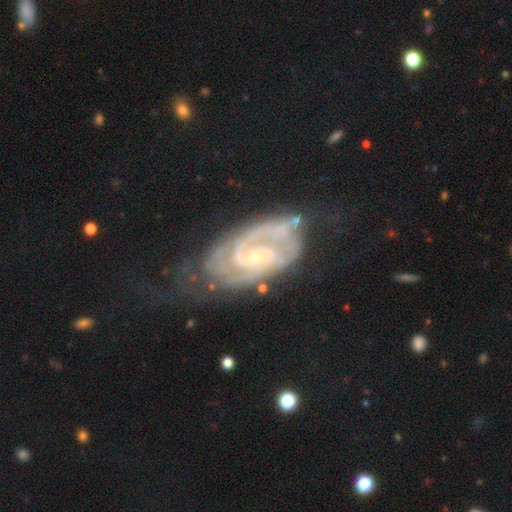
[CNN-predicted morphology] type=featured or disk (90%); edge-on=no (97%); bar=no (44%, tied with weak); spiral arms=yes (97%); winding=tight (57%); arm count=2 (71%); bulge=small (76%); merging=none (54%).